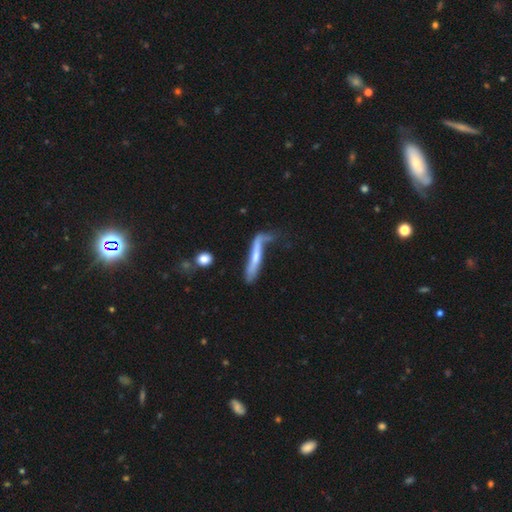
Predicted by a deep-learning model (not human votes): Smooth or featured?
  - featured or disk: 54% *
  - smooth: 40%
  - star or artifact: 6%
Edge-on disk?
  - yes: 67% *
  - no: 33%
Merging?
  - none: 32% *
  - major disturbance: 31%
  - minor disturbance: 28%
  - merger: 9%